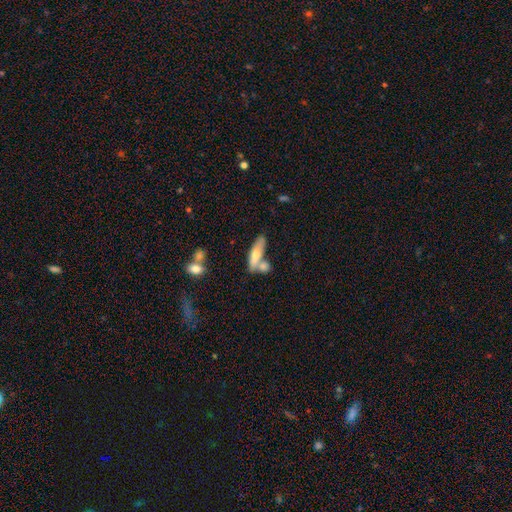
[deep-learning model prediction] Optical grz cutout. It shows a smooth galaxy with no disk features (61%) that is cigar-shaped (56%). Merging: none (44%).